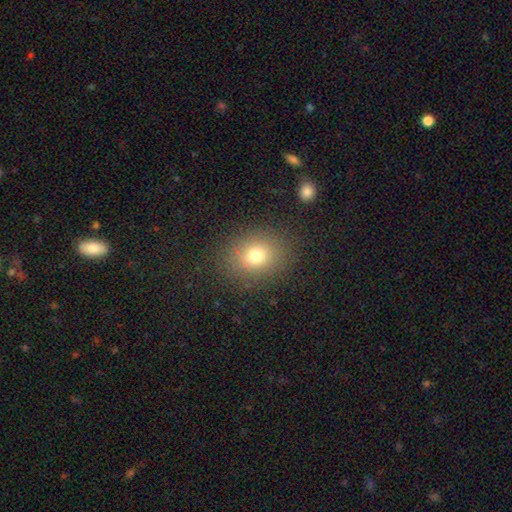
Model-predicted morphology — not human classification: smooth-or-featured: smooth: 75% | star or artifact: 15% | featured or disk: 10%
  how-rounded: round: 62% | in between: 37% | cigar-shaped: 1%
  merging: none: 85% | minor disturbance: 9% | major disturbance: 4% | merger: 2%